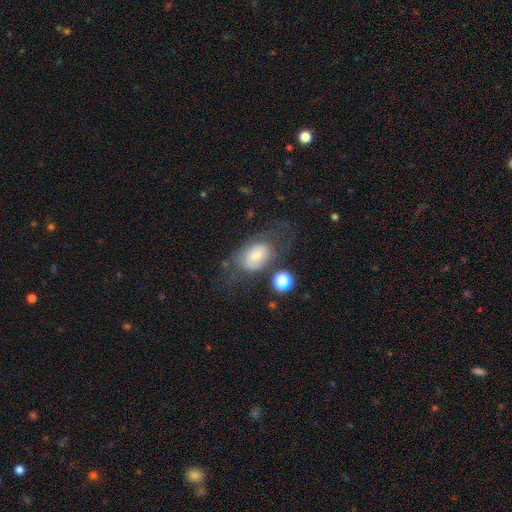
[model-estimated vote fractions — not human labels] The model was most divided on "merging": none: 42%, major disturbance: 29%, minor disturbance: 23%, merger: 6%. More confident: how rounded — in between (85%); smooth or featured — smooth (62%).